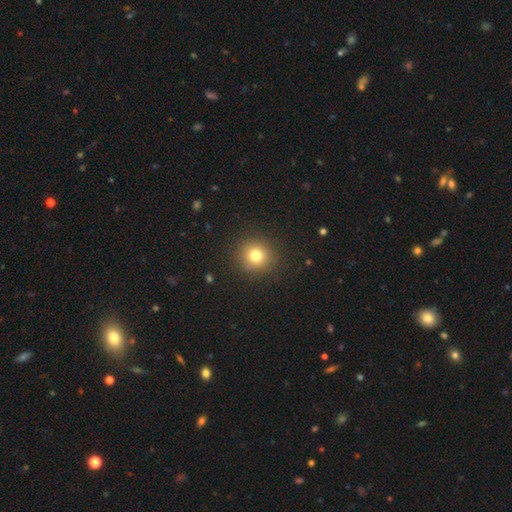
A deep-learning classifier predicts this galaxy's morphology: This appears to be a smooth galaxy with no disk features (78%) that is round (92%). Merging: none (90%).